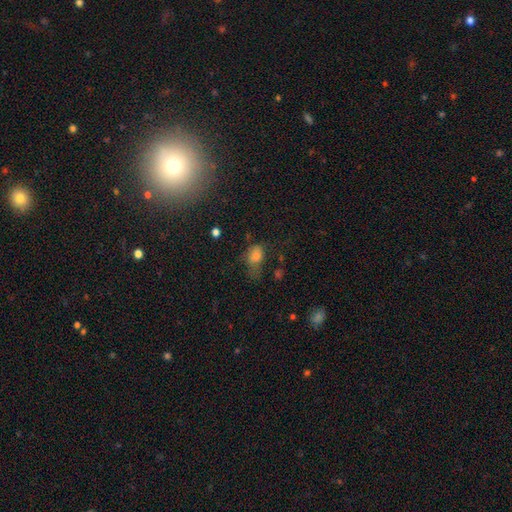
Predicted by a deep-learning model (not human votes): Q: Smooth or featured?
A: smooth (66%); runner-up: star or artifact (20%)
Q: How rounded?
A: in between (75%); runner-up: round (22%)
Q: Merging?
A: none (36%); runner-up: major disturbance (32%)